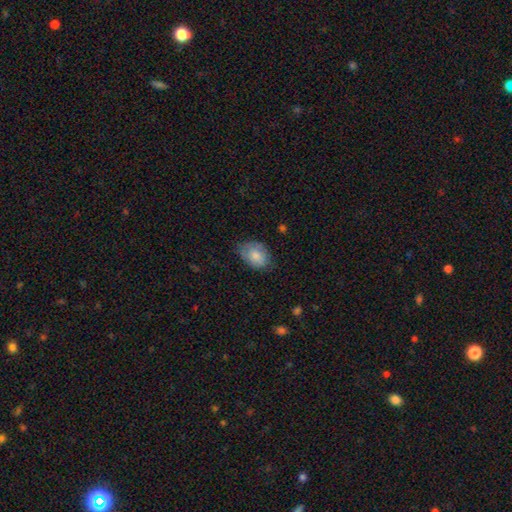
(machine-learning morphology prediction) Overall: smooth (78%). How rounded: in between (77%). Merging: none (62%; minor disturbance 30%).